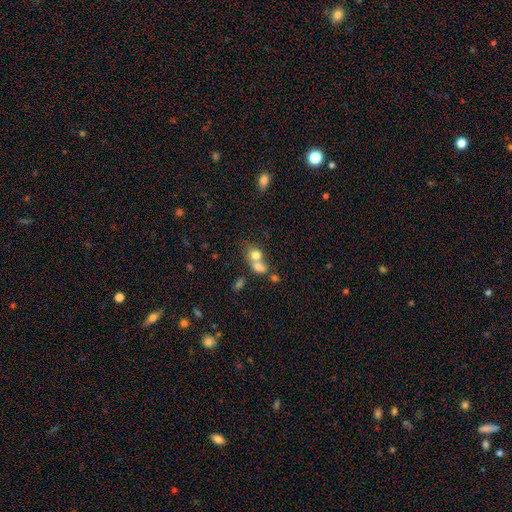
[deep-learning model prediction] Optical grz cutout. It shows a smooth galaxy with no disk features (73%) that is round (59%). Merging: merger (68%).